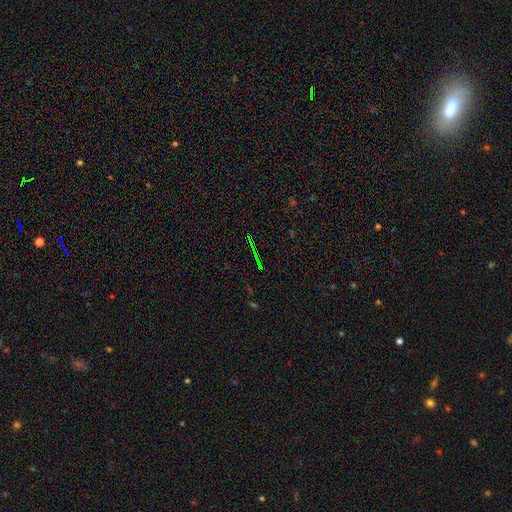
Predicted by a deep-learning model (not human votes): This is likely a star or artifact rather than a galaxy (74%).